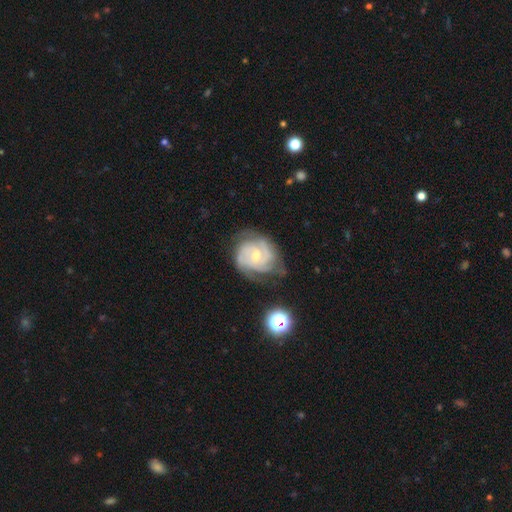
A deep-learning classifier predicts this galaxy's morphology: This appears to be a featured or disk galaxy (84%) with no bar (62%), 2 (32%) tight (62%) spiral arms (95%) and a moderate central bulge (51%). Merging: none (61%).